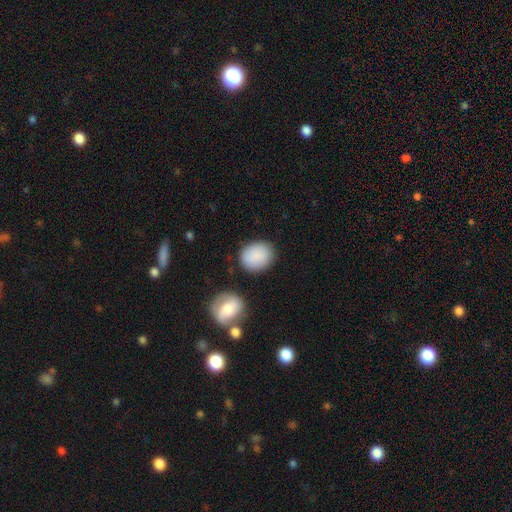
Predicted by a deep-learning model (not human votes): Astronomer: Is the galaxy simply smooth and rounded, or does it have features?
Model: smooth — 88%.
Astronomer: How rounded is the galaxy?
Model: round — 58% (runner-up: in between, 41%).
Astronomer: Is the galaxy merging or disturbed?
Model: none — 80%.